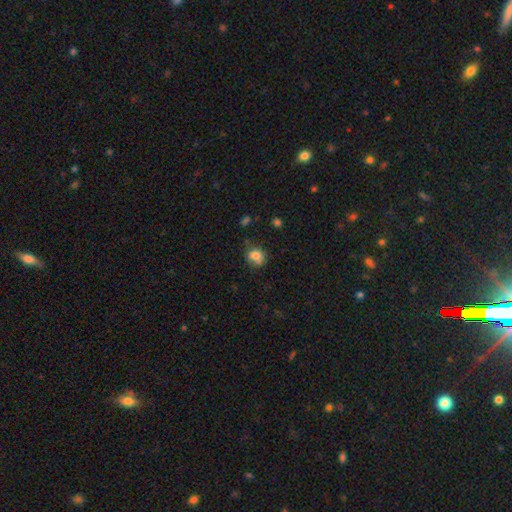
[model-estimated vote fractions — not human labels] Smooth or featured?
  - smooth: 78% *
  - featured or disk: 12%
  - star or artifact: 11%
How rounded?
  - round: 65% *
  - in between: 34%
  - cigar-shaped: 1%
Merging?
  - none: 58% *
  - minor disturbance: 27%
  - major disturbance: 8%
  - merger: 7%